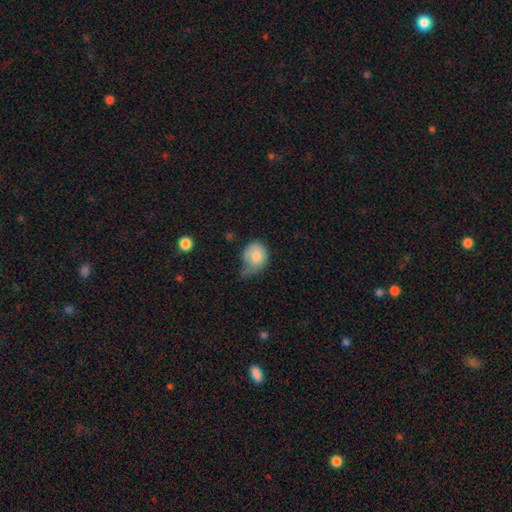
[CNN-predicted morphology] type=smooth (77%); roundness=round (52%); merging=minor disturbance (44%).